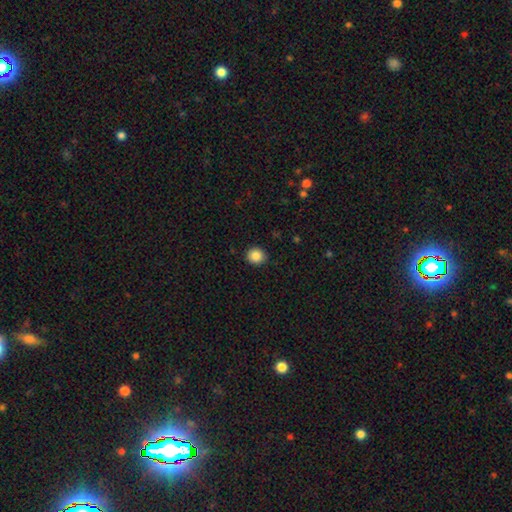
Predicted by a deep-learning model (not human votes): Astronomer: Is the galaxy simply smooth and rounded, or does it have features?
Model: smooth — 85%.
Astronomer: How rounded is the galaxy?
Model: round — 86%.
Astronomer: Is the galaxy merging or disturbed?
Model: none — 91%.